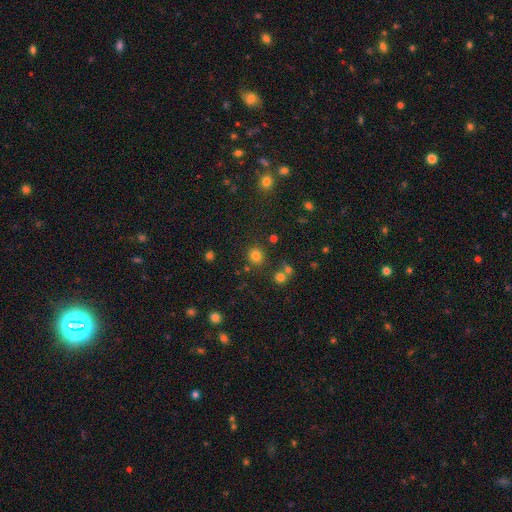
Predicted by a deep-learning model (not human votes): Q: Smooth or featured?
A: smooth (80%); runner-up: star or artifact (15%)
Q: How rounded?
A: round (82%); runner-up: in between (17%)
Q: Merging?
A: none (81%); runner-up: minor disturbance (9%)